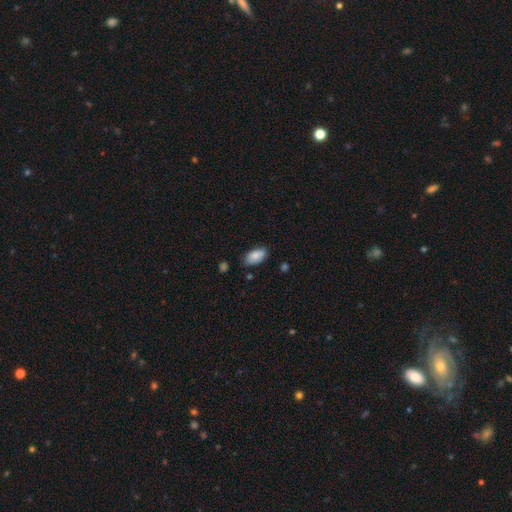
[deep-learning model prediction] Q: Smooth or featured?
A: smooth (86%); runner-up: featured or disk (7%)
Q: How rounded?
A: in between (94%); runner-up: cigar-shaped (4%)
Q: Merging?
A: none (77%); runner-up: minor disturbance (18%)